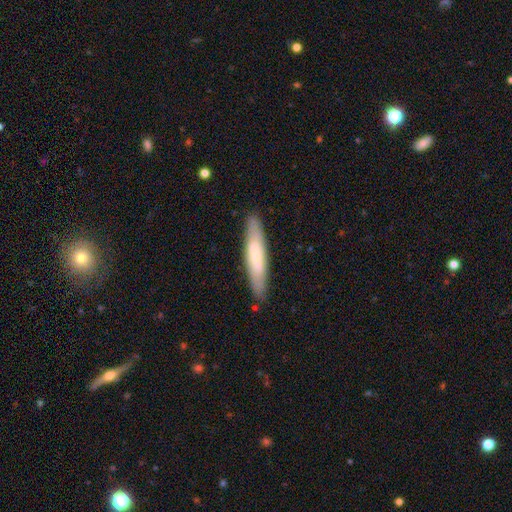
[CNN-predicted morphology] The model was most divided on "smooth or featured": smooth: 65%, featured or disk: 29%, star or artifact: 5%. More confident: how rounded — cigar-shaped (90%); merging — none (88%).